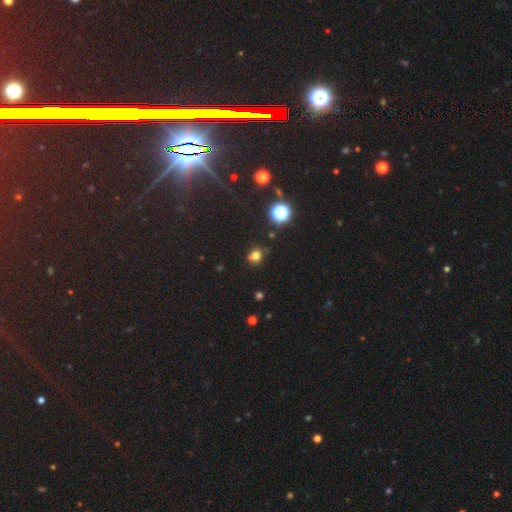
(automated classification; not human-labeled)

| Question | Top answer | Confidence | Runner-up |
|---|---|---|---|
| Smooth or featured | smooth | 70% | star or artifact (22%) |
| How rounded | round | 78% | in between (21%) |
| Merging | none | 70% | minor disturbance (16%) |